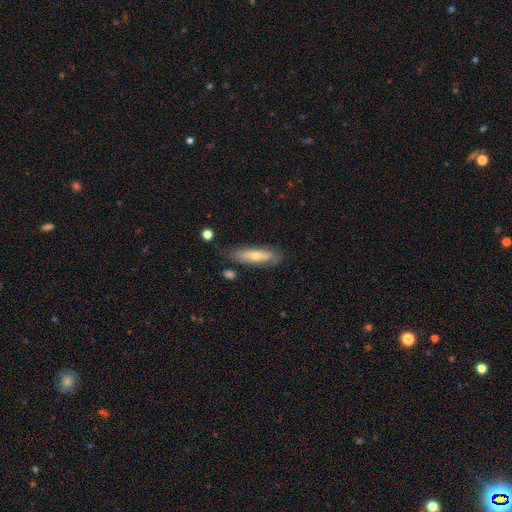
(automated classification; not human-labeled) Morphology: type=smooth (60%); roundness=cigar-shaped (54%); merging=none (71%).